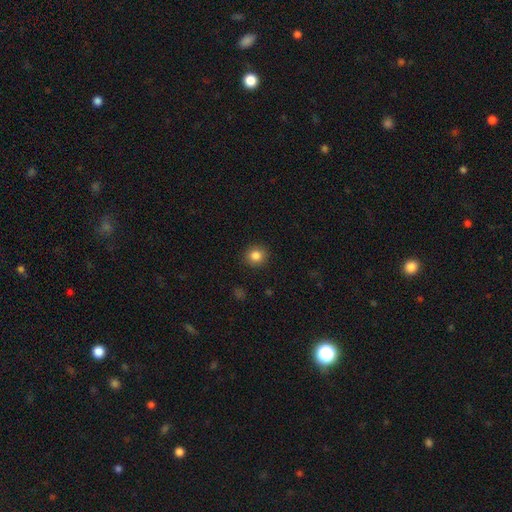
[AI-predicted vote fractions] A smooth galaxy with no disk features (84%) that is round (89%). Merging: none (91%).